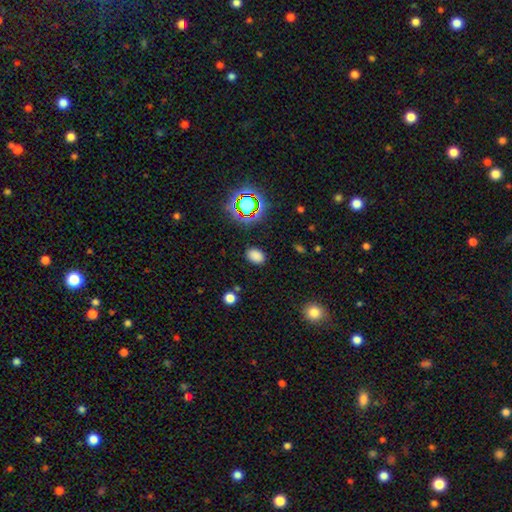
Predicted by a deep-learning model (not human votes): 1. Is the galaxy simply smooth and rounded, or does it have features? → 77% smooth, 18% star or artifact, 5% featured or disk.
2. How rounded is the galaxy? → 77% in between, 21% round, 1% cigar-shaped.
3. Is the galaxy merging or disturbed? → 85% none, 10% minor disturbance, 3% major disturbance, 2% merger.